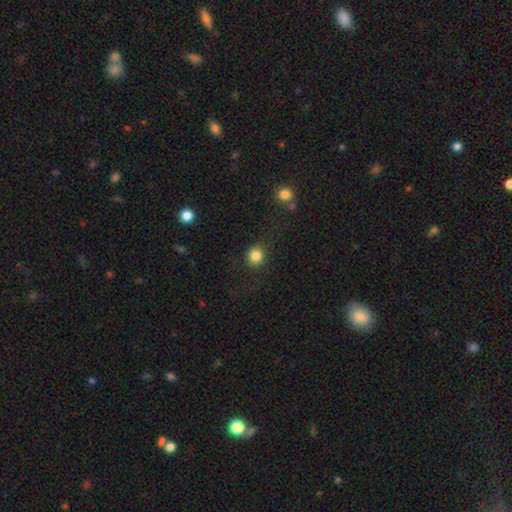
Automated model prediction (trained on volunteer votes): This appears to be a smooth galaxy with no disk features (84%) that is round (86%). Merging: none (81%).